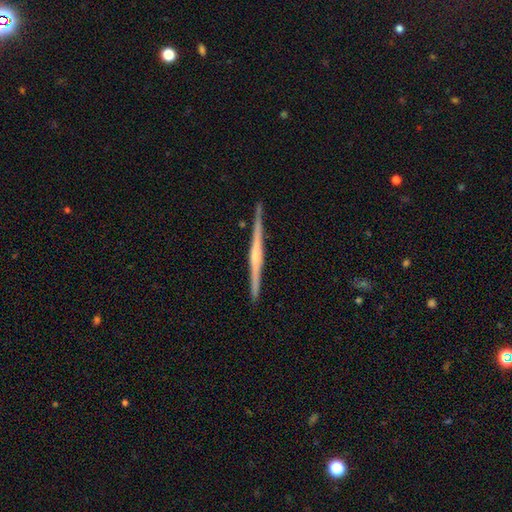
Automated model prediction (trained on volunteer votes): A featured or disk galaxy (80%) viewed edge-on (98%) with a rounded central bulge (68%). Merging: none (91%).